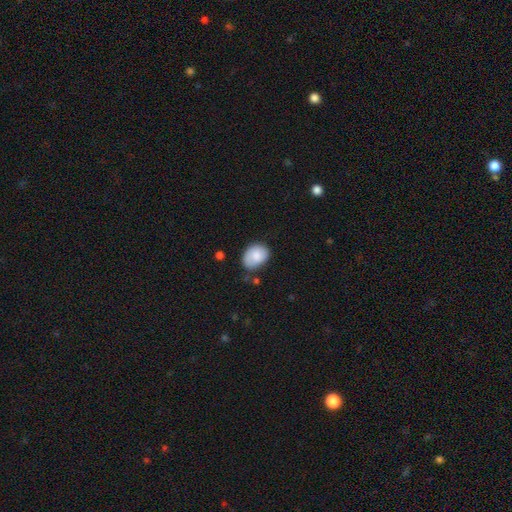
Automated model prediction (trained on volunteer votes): A smooth galaxy with no disk features (82%) that is in between round and cigar-shaped (70%). Merging: none (62%).